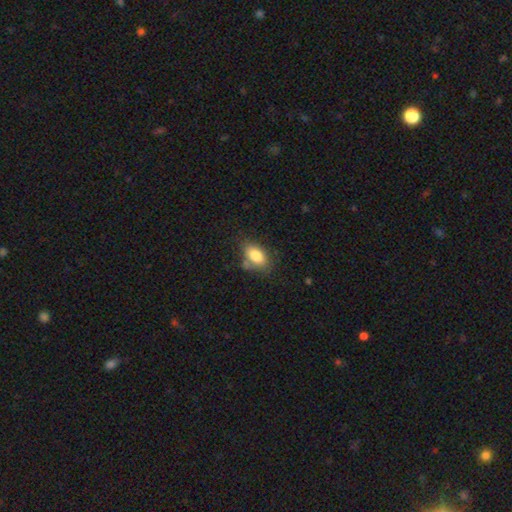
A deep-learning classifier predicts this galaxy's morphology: The model was most divided on "merging": none: 61%, minor disturbance: 22%, merger: 10%, major disturbance: 6%. More confident: how rounded — in between (89%); smooth or featured — smooth (81%).